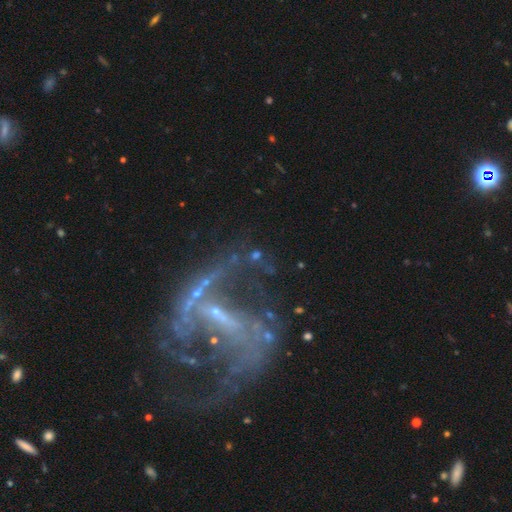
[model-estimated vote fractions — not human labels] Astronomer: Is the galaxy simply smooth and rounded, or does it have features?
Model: featured or disk — 66%.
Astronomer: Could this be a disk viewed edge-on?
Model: no — 90%.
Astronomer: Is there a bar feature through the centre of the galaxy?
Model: no — 37% (runner-up: strong, 33%).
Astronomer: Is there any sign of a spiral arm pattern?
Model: yes — 64%.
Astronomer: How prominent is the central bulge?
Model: small — 59%.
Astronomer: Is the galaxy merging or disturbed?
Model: none — 48% (runner-up: major disturbance, 27%).